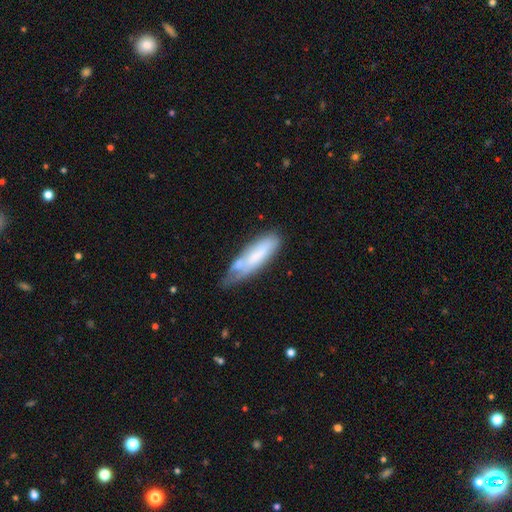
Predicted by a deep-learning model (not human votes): A smooth galaxy with no disk features (63%) that is cigar-shaped (57%).

Vote fractions:
- Smooth or featured? smooth: 63% / featured or disk: 30% / star or artifact: 8%
- How rounded? cigar-shaped: 57% / in between: 41% / round: 1%
- Merging? none: 48% / minor disturbance: 34% / major disturbance: 11% / merger: 8%